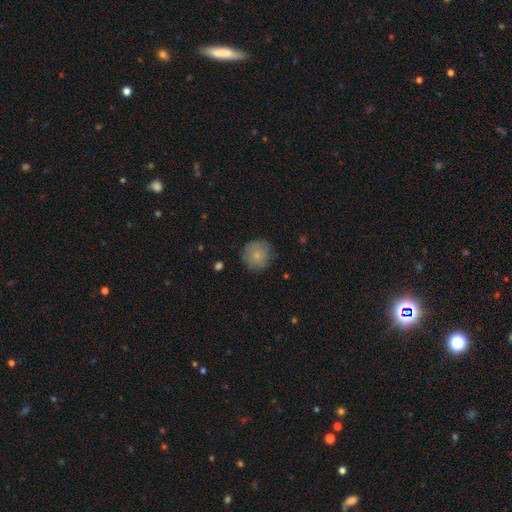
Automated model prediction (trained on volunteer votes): smooth 81%, featured or disk 10%, star or artifact 9%. Down the decision tree: how rounded — round (93%); merging — none (82%).